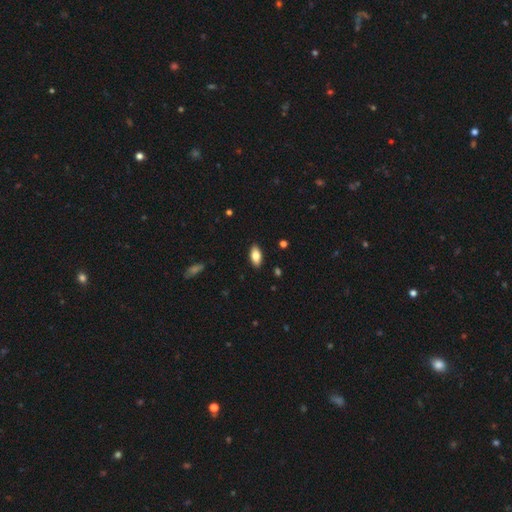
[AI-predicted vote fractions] Smooth or featured?
  - smooth: 82% *
  - featured or disk: 11%
  - star or artifact: 7%
How rounded?
  - in between: 90% *
  - cigar-shaped: 8%
  - round: 2%
Merging?
  - none: 89% *
  - minor disturbance: 8%
  - major disturbance: 2%
  - merger: 1%